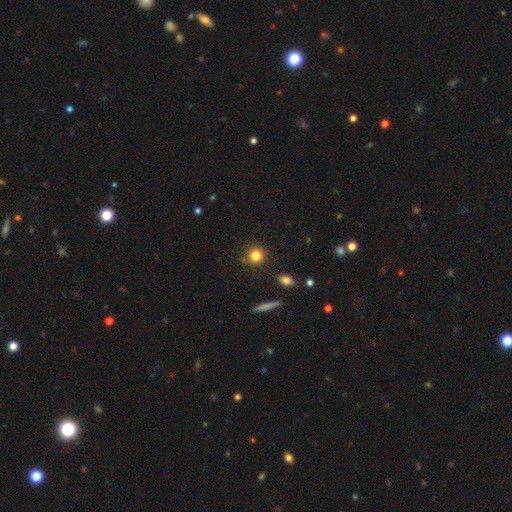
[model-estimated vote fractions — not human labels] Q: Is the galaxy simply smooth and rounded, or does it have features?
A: smooth — 82%.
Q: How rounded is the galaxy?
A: round — 91%.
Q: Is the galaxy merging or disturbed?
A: none — 84%.